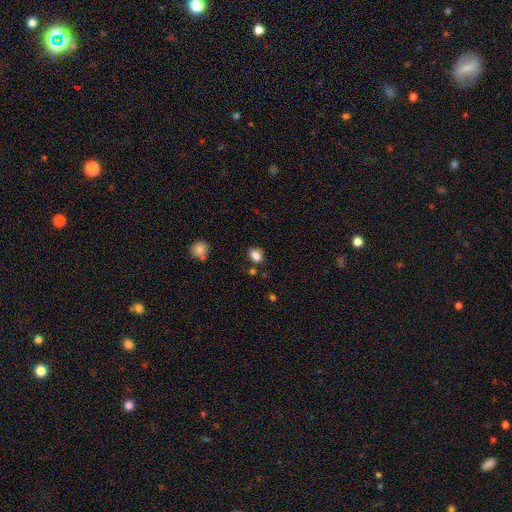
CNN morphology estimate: This appears to be a smooth galaxy with no disk features (84%) that is in between round and cigar-shaped (66%). Merging: none (72%).